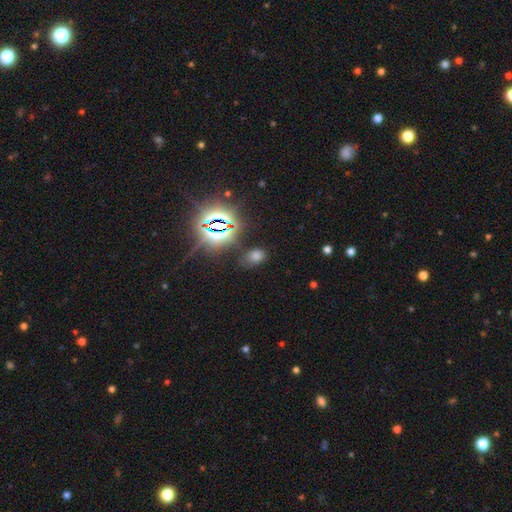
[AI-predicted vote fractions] smooth_or_featured: smooth (p=0.55) [alt: star or artifact p=0.38]
how_rounded: in between (p=0.78) [alt: round p=0.20]
merging: none (p=0.74) [alt: minor disturbance p=0.16]